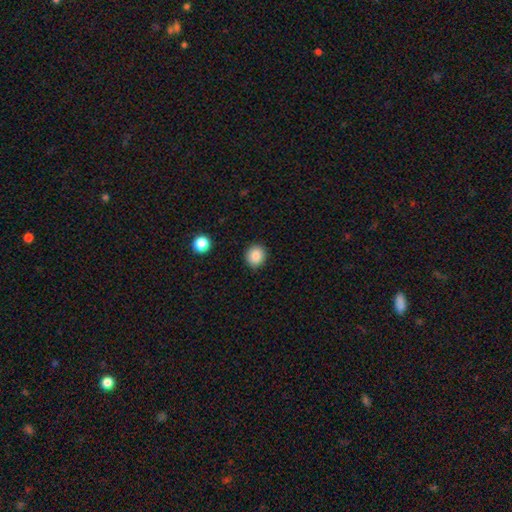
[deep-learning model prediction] This is clearly a smooth galaxy (86%). How rounded: clearly round (86%). Merging: clearly none (90%).